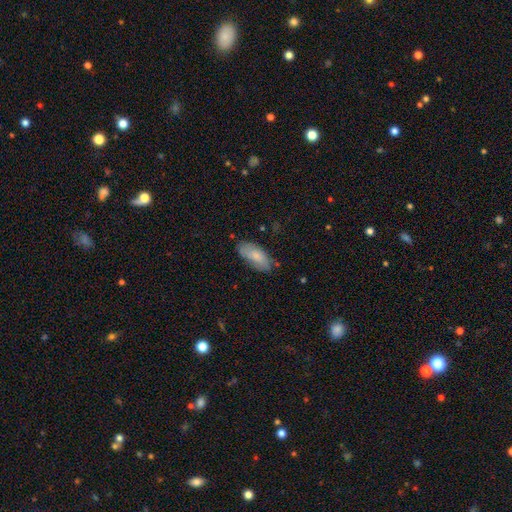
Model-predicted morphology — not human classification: Smooth or featured? smooth (76%)
How rounded? in between (85%)
Merging? none (69%)